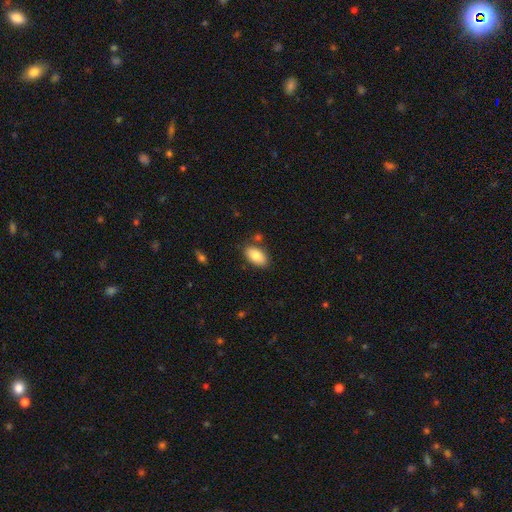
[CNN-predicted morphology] smooth_or_featured: smooth (p=0.85) [alt: featured or disk p=0.08]
how_rounded: in between (p=0.94) [alt: round p=0.04]
merging: none (p=0.80) [alt: minor disturbance p=0.13]